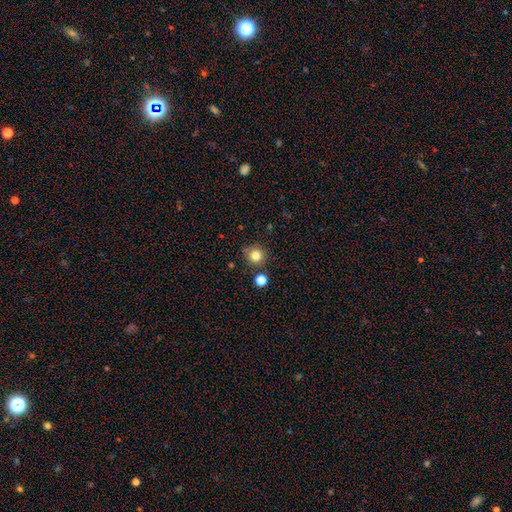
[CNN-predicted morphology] Smooth or featured: smooth — 81% (star or artifact — 12%)
How rounded: round — 93% (in between — 6%)
Merging: none — 81% (minor disturbance — 9%)